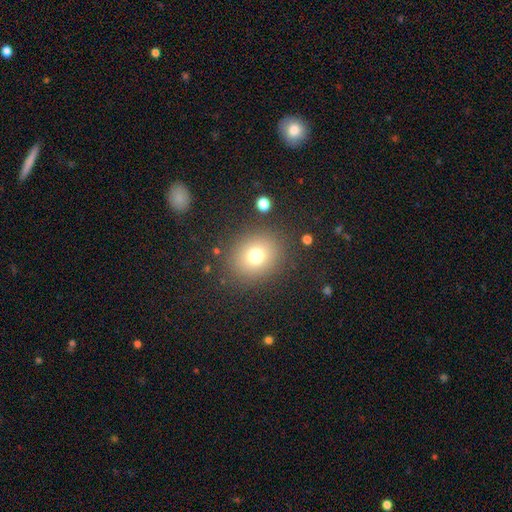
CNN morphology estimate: Q: Smooth or featured?
A: smooth (74%); runner-up: star or artifact (15%)
Q: How rounded?
A: round (71%); runner-up: in between (28%)
Q: Merging?
A: none (85%); runner-up: minor disturbance (9%)